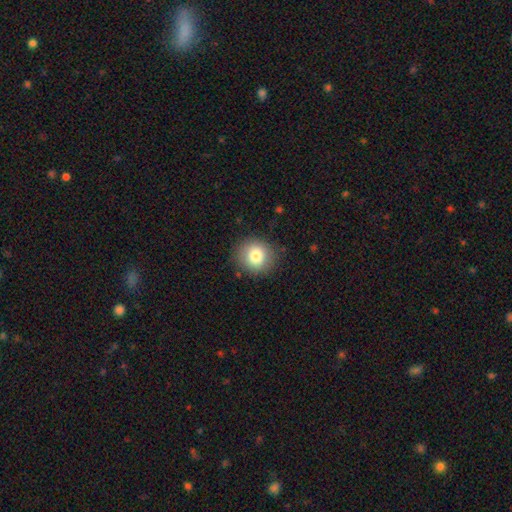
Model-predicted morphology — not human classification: smooth 81%, featured or disk 10%, star or artifact 10%. Down the decision tree: how rounded — round (88%); merging — none (86%).